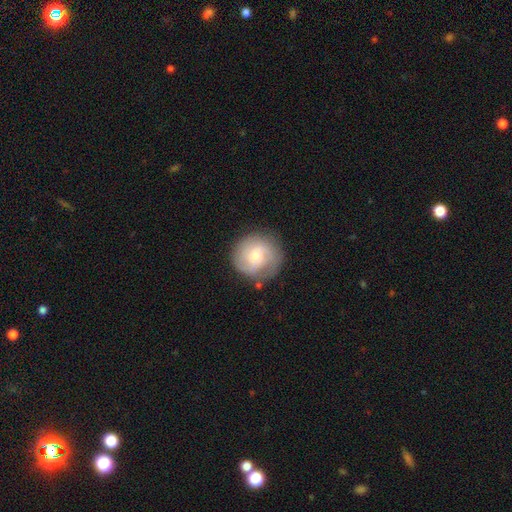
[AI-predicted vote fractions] This is possibly a featured or disk galaxy (52%). It is clearly not viewed edge-on (98%). Bar: likely no (61%). Spiral arm pattern: clearly yes (84%). Central bulge: possibly moderate (48%). Merging: likely none (76%).